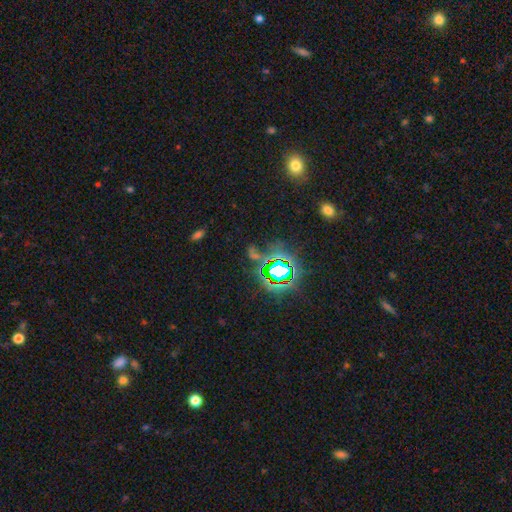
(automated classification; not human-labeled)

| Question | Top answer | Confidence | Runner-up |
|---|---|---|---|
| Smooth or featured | star or artifact | 74% | smooth (16%) |